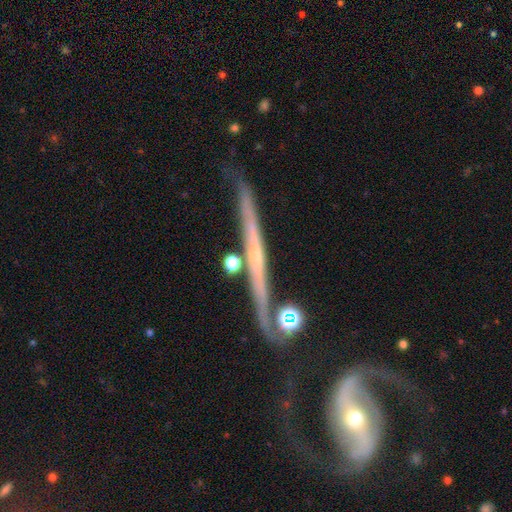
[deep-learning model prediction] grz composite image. It shows a featured or disk galaxy (77%) viewed edge-on (91%) with no central bulge (63%). Merging: none (65%).